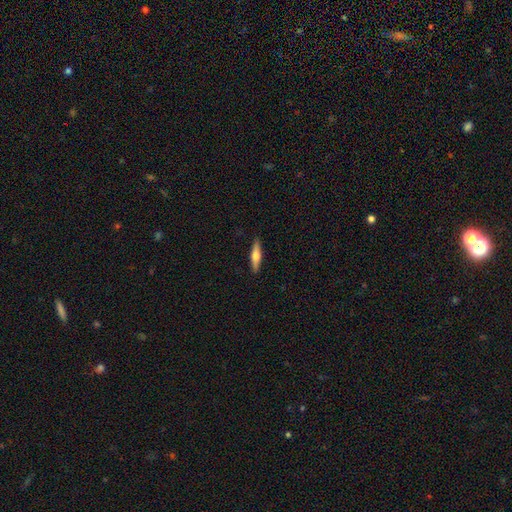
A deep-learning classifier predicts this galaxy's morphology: Smooth or featured: smooth — 50% (featured or disk — 45%)
Merging: none — 90% (minor disturbance — 7%)